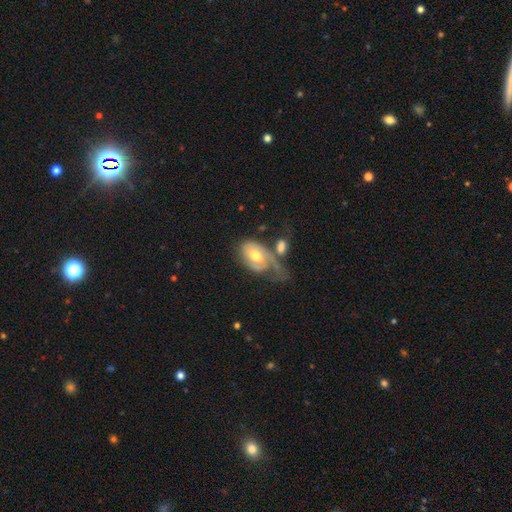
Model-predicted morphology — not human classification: Smooth or featured? featured or disk (67%)
Edge-on disk? no (95%)
Bar? no (70%)
Spiral arms? yes (79%)
Spiral winding? tight (49%)
Spiral arm count? 1 (47%)
Bulge size? moderate (73%)
Merging? major disturbance (29%)